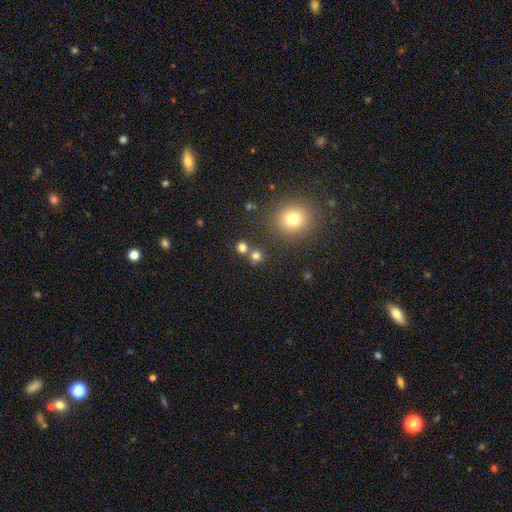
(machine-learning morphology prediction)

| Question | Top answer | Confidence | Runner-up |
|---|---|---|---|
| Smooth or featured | smooth | 76% | star or artifact (17%) |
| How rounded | round | 90% | in between (9%) |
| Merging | none | 70% | merger (20%) |